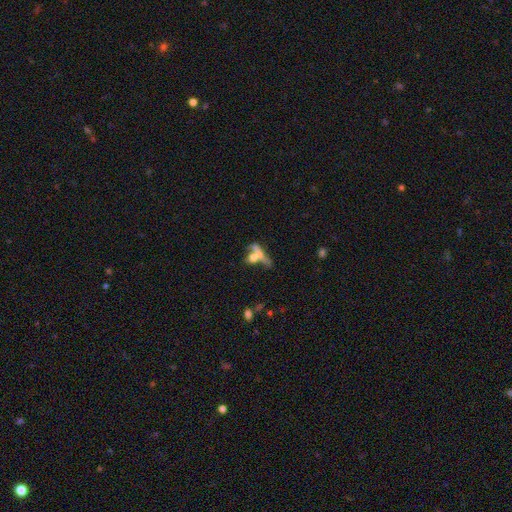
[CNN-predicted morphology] Smooth or featured? smooth (55%)
How rounded? cigar-shaped (49%)
Merging? merger (45%)